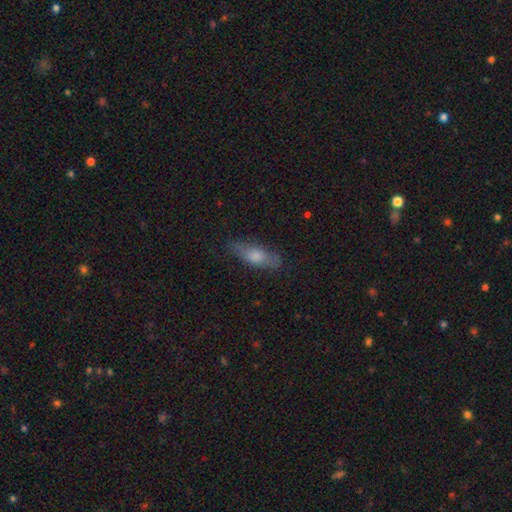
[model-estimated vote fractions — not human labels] Q: Smooth or featured?
A: smooth (58%); runner-up: featured or disk (34%)
Q: How rounded?
A: cigar-shaped (49%); runner-up: in between (48%)
Q: Merging?
A: none (80%); runner-up: minor disturbance (15%)